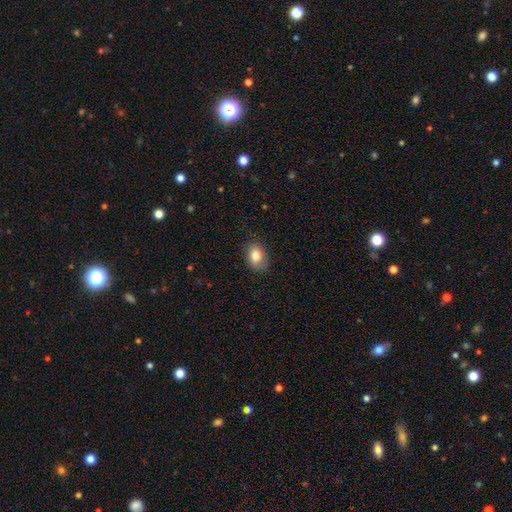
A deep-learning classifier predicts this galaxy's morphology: smooth_or_featured: smooth (p=0.83) [alt: featured or disk p=0.09]
how_rounded: in between (p=0.73) [alt: round p=0.25]
merging: none (p=0.83) [alt: minor disturbance p=0.13]